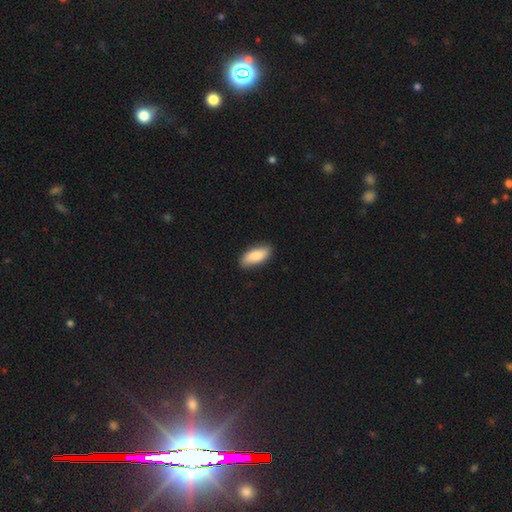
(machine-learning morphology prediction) type=smooth (80%); roundness=in between (82%); merging=none (85%).